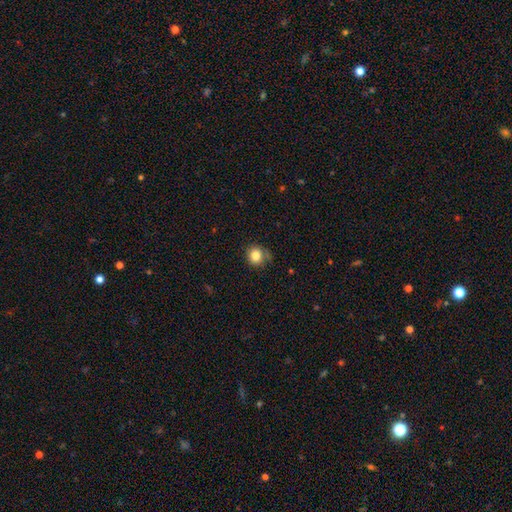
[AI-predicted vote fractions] Overall: smooth (83%). How rounded: round (86%). Merging: none (72%).